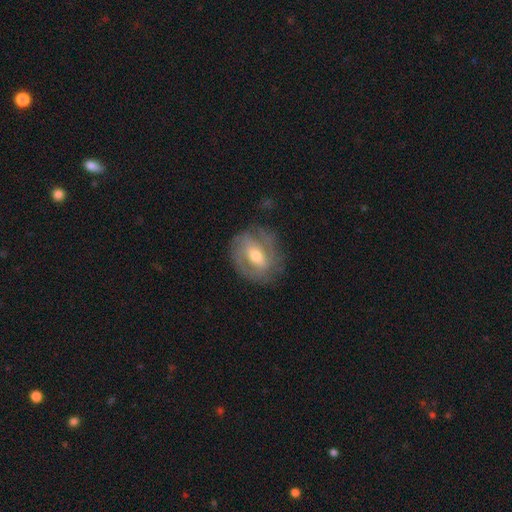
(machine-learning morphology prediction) A featured or disk galaxy (74%) with a weak bar (44%), 2 (53%) tight (50%) spiral arms (82%) and a moderate central bulge (66%). Merging: none (73%).